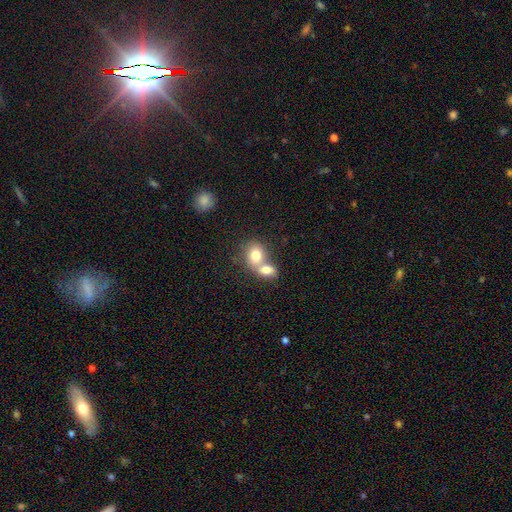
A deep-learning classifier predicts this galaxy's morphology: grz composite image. It shows a smooth galaxy with no disk features (77%) that is round (50%). Merging: merger (69%).